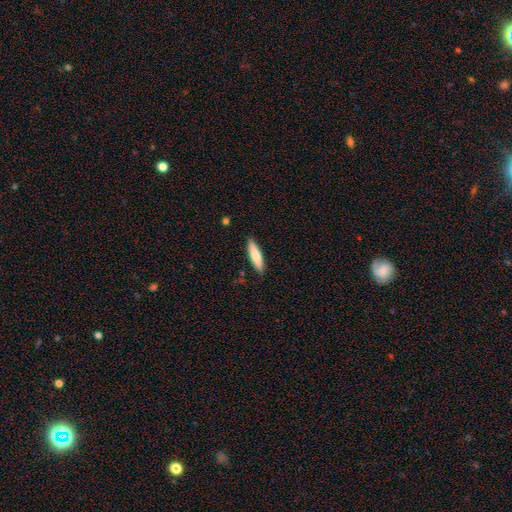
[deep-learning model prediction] Overall: smooth (72%). How rounded: cigar-shaped (76%). Merging: none (88%).